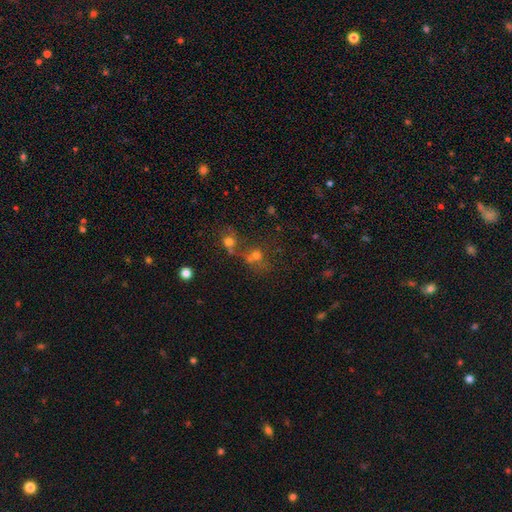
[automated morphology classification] type=smooth (59%); roundness=round (78%); merging=none (41%, tied with merger).